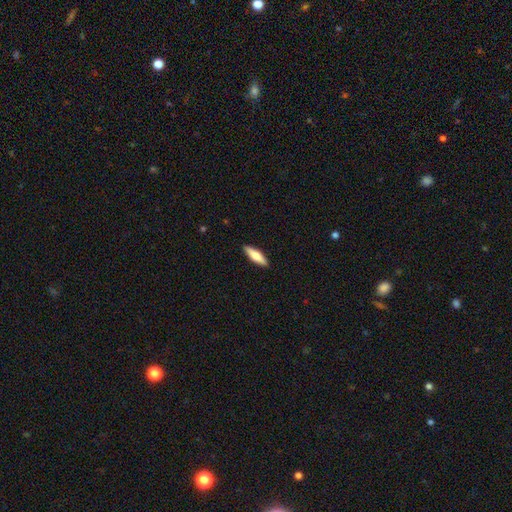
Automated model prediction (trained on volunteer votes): smooth-or-featured: smooth: 63% | featured or disk: 31% | star or artifact: 5%
  how-rounded: cigar-shaped: 65% | in between: 33% | round: 2%
  merging: none: 90% | minor disturbance: 7% | major disturbance: 2% | merger: 1%